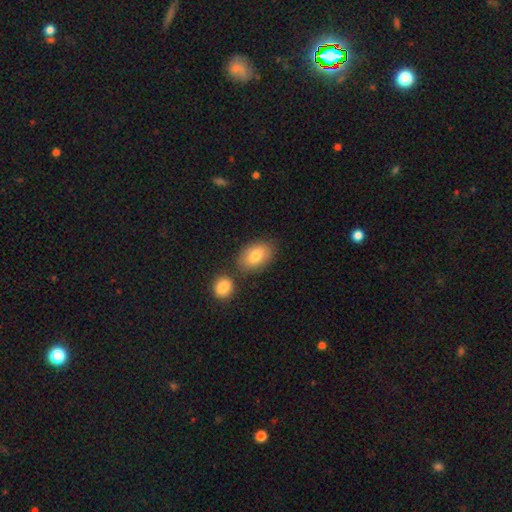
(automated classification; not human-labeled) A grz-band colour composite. It shows a smooth galaxy with no disk features (79%) that is in between round and cigar-shaped (88%). Merging: none (71%).